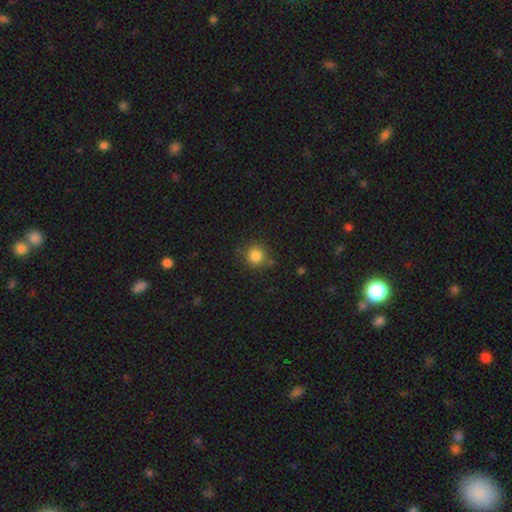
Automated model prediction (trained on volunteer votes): Smooth or featured? smooth (83%)
How rounded? round (91%)
Merging? none (79%)